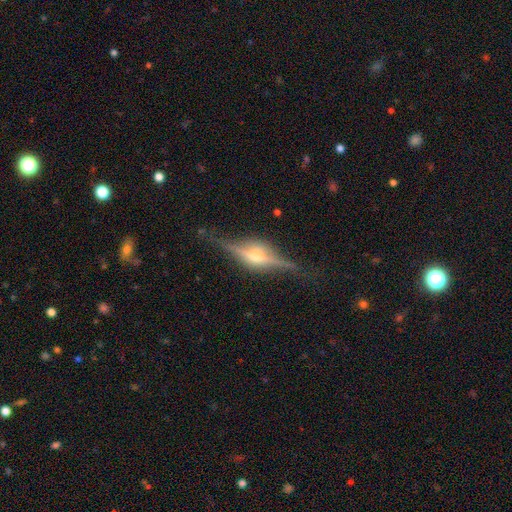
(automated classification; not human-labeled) A featured or disk galaxy (86%) viewed edge-on (97%) with a rounded central bulge (90%).

Vote fractions:
- Smooth or featured? featured or disk: 86% / smooth: 8% / star or artifact: 6%
- Edge-on disk? yes: 97% / no: 3%
- Edge-on bulge? rounded: 90% / boxy: 8% / none: 2%
- Merging? none: 84% / minor disturbance: 11% / major disturbance: 4% / merger: 1%